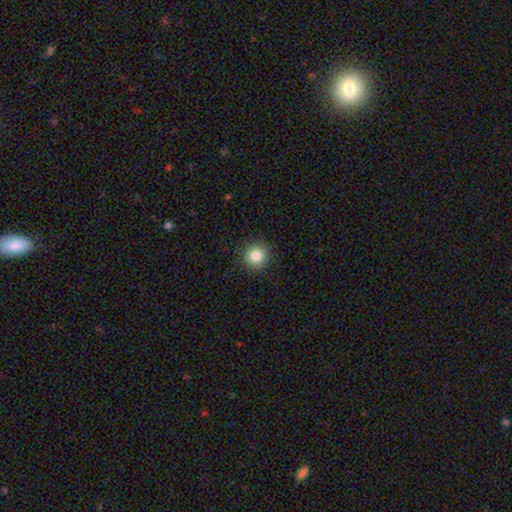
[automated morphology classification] smooth_or_featured: smooth (p=0.83) [alt: star or artifact p=0.11]
how_rounded: round (p=0.94) [alt: in between p=0.05]
merging: none (p=0.91) [alt: minor disturbance p=0.06]